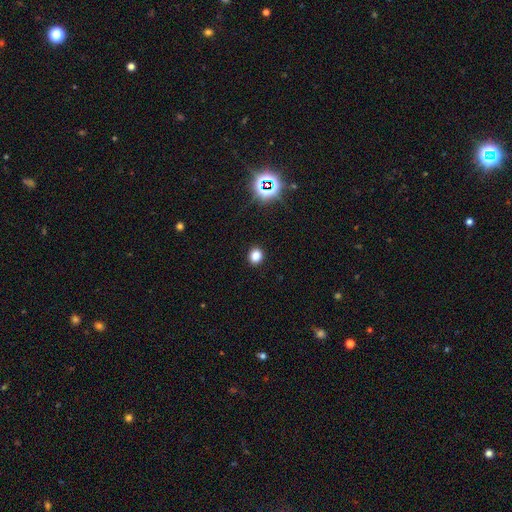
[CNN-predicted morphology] This appears to be a smooth galaxy with no disk features (80%) that is round (70%). Merging: none (90%).